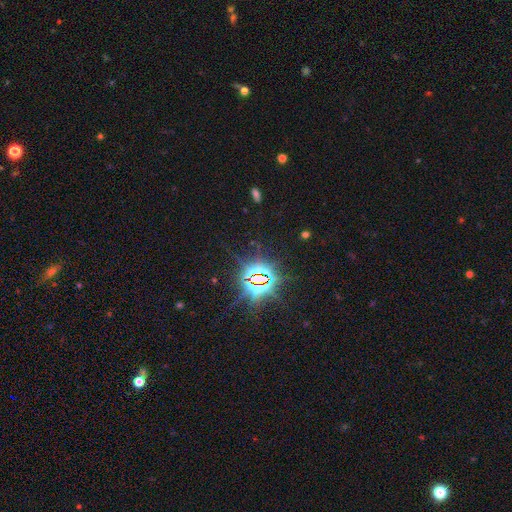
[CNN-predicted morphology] This appears to be a star or artifact, not a galaxy (84%).